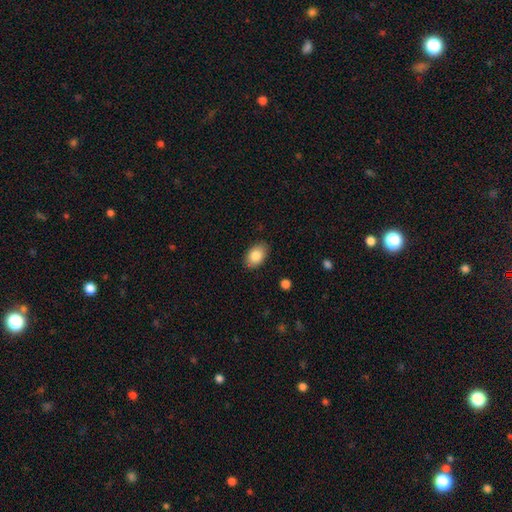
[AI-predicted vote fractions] smooth-or-featured: smooth: 85% | featured or disk: 8% | star or artifact: 7%
  how-rounded: in between: 84% | round: 15% | cigar-shaped: 1%
  merging: none: 86% | minor disturbance: 10% | major disturbance: 2% | merger: 1%